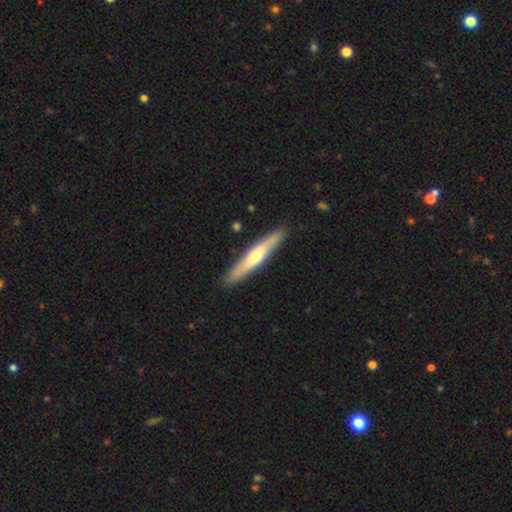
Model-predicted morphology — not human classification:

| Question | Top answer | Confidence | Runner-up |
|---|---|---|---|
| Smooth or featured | featured or disk | 51% | smooth (44%) |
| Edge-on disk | yes | 93% | no (7%) |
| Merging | none | 89% | minor disturbance (8%) |